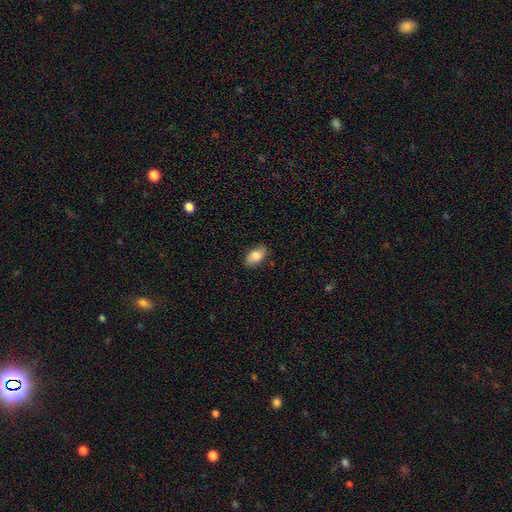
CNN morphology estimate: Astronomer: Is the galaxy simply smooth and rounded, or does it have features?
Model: smooth — 83%.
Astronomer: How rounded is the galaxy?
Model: in between — 92%.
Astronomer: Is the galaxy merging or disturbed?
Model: none — 83%.